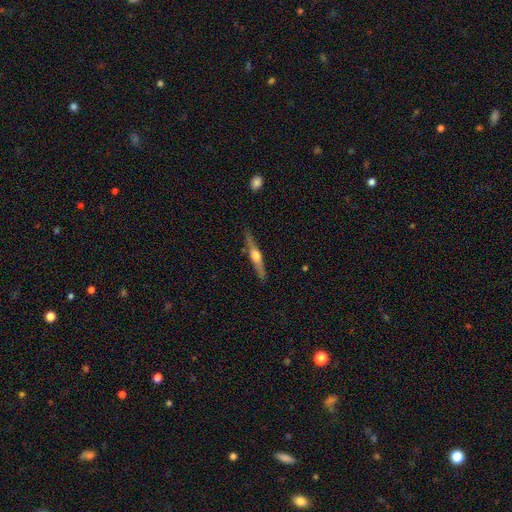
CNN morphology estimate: smooth-or-featured: featured or disk: 74% | smooth: 21% | star or artifact: 6%
  disk-edge-on: yes: 98% | no: 2%
    edge-on-bulge: rounded: 93% | boxy: 5% | none: 3%
  merging: none: 88% | minor disturbance: 9% | major disturbance: 2% | merger: 2%